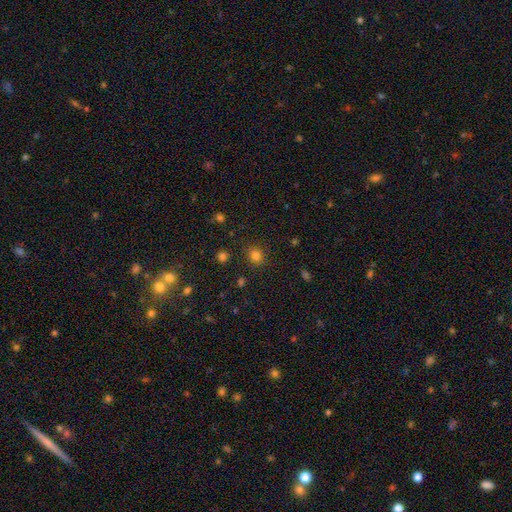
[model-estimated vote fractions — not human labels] This is clearly a smooth galaxy (80%). How rounded: likely round (76%). Merging: clearly none (87%).